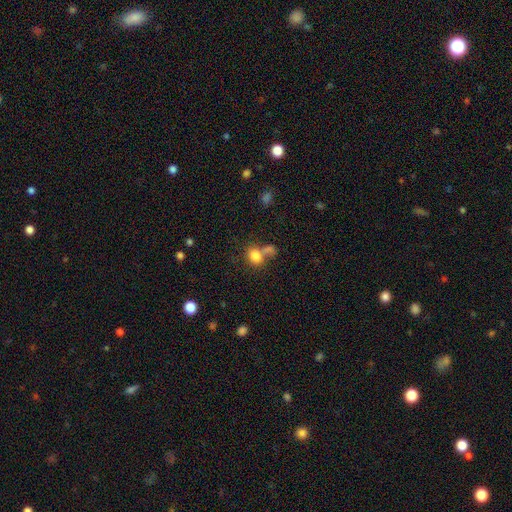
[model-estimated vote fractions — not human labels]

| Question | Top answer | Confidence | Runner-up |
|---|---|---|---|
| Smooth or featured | smooth | 81% | star or artifact (10%) |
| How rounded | round | 53% | in between (46%) |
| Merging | none | 44% | merger (37%) |